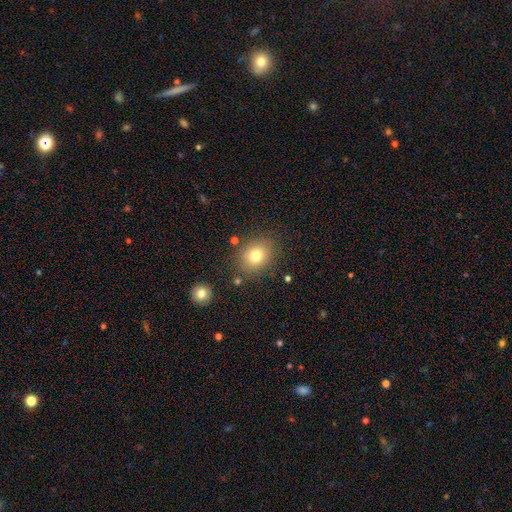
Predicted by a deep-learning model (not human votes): smooth 76%, star or artifact 12%, featured or disk 11%. Down the decision tree: how rounded — round (61%); merging — none (81%).